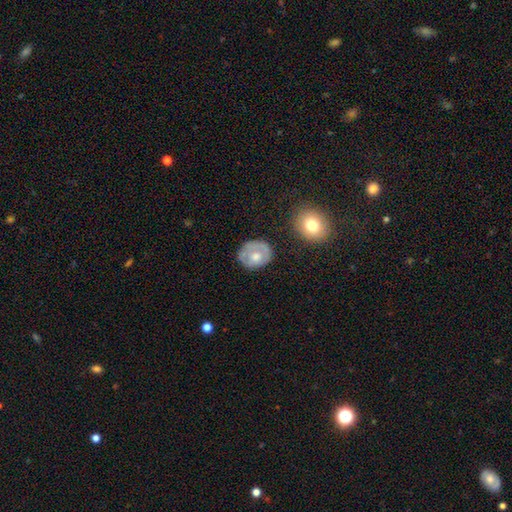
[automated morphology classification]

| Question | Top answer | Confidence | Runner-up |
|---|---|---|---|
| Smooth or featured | smooth | 51% | featured or disk (43%) |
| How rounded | round | 68% | in between (31%) |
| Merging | none | 65% | minor disturbance (22%) |